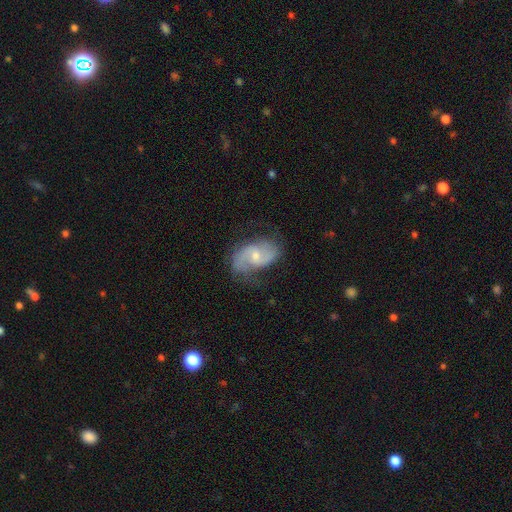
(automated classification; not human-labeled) Smooth or featured?
  - featured or disk: 77% *
  - smooth: 17%
  - star or artifact: 6%
Edge-on disk?
  - no: 97% *
  - yes: 3%
Bar?
  - weak: 46% *
  - no: 45%
  - strong: 9%
Spiral arms?
  - yes: 92% *
  - no: 8%
Spiral winding?
  - medium: 45% *
  - loose: 37%
  - tight: 18%
Spiral arm count?
  - 2: 84% *
  - can't tell: 8%
  - 1: 4%
  - 3: 2%
  - 4: 1%
  - more than 4: 1%
Bulge size?
  - small: 49% *
  - moderate: 46%
  - none: 3%
  - large: 2%
  - dominant: 1%
Merging?
  - none: 63% *
  - minor disturbance: 24%
  - major disturbance: 11%
  - merger: 2%